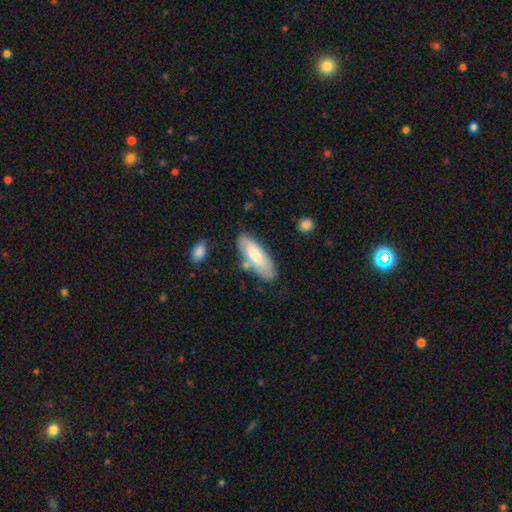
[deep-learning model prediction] A smooth galaxy with no disk features (72%) that is in between round and cigar-shaped (62%).

Vote fractions:
- Smooth or featured? smooth: 72% / featured or disk: 22% / star or artifact: 5%
- How rounded? in between: 62% / cigar-shaped: 37% / round: 2%
- Merging? none: 75% / minor disturbance: 15% / merger: 6% / major disturbance: 3%